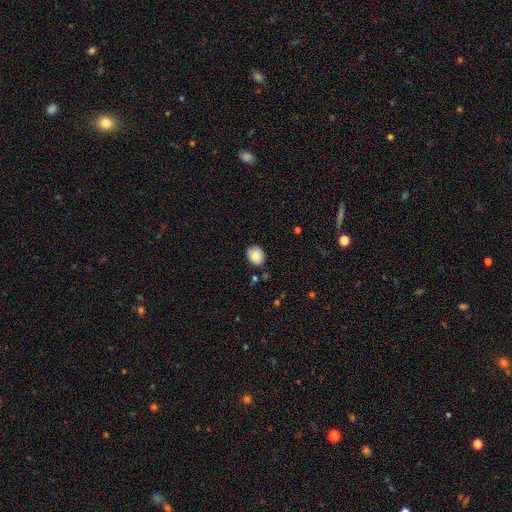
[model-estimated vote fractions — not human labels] This appears to be a smooth galaxy with no disk features (83%) that is round (58%). Merging: none (82%).